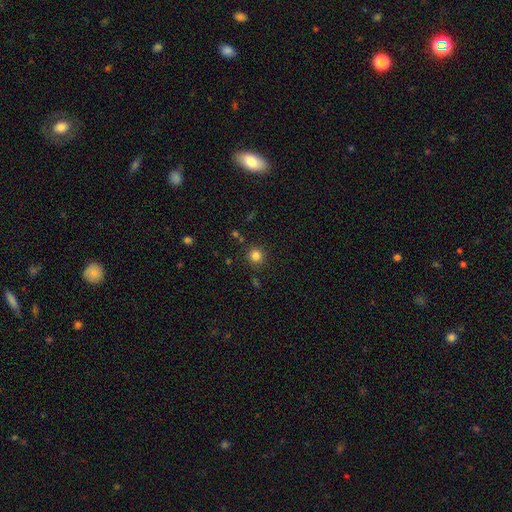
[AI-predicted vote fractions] This is clearly a smooth galaxy (82%). How rounded: clearly round (94%). Merging: clearly none (88%).